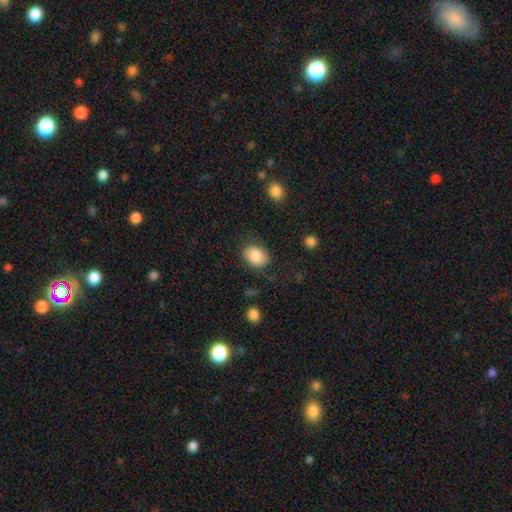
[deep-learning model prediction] Smooth or featured? smooth (84%)
How rounded? in between (61%)
Merging? none (80%)